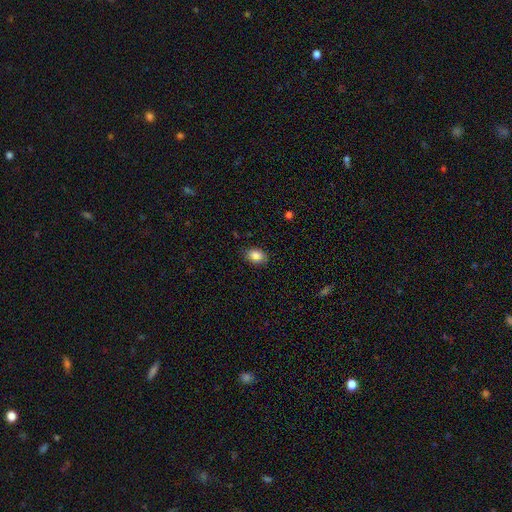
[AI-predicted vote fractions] The model was most divided on "how rounded": in between: 79%, round: 19%, cigar-shaped: 2%. More confident: merging — none (82%); smooth or featured — smooth (77%).